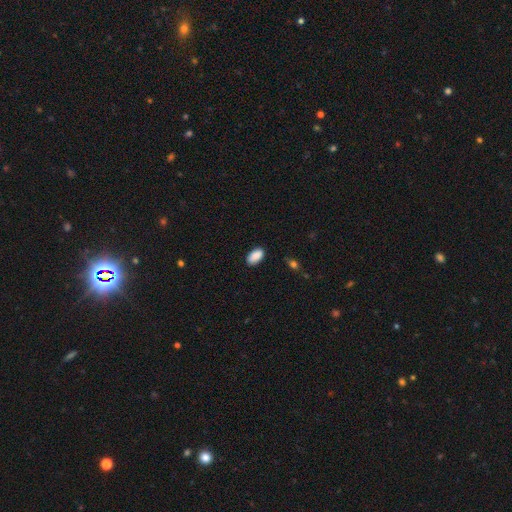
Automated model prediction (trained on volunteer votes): This appears to be a smooth galaxy with no disk features (90%) that is in between round and cigar-shaped (94%). Merging: none (85%).